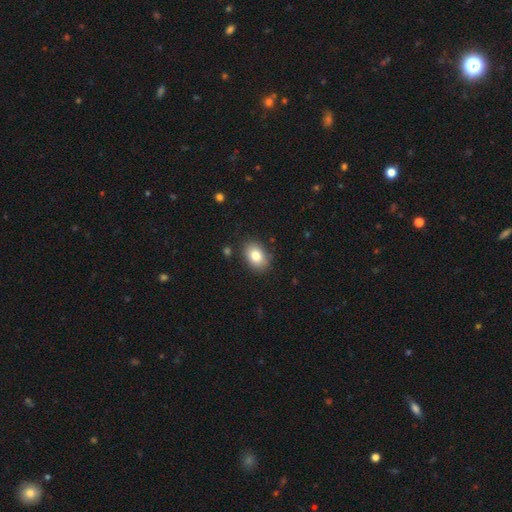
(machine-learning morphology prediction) Smooth or featured: smooth — 82% (featured or disk — 10%)
How rounded: in between — 75% (round — 24%)
Merging: none — 85% (minor disturbance — 11%)